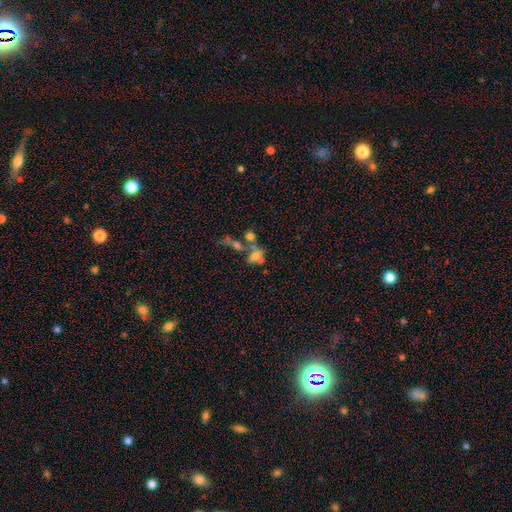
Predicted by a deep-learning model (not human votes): A smooth galaxy with no disk features (50%). Merging: merger (47%).